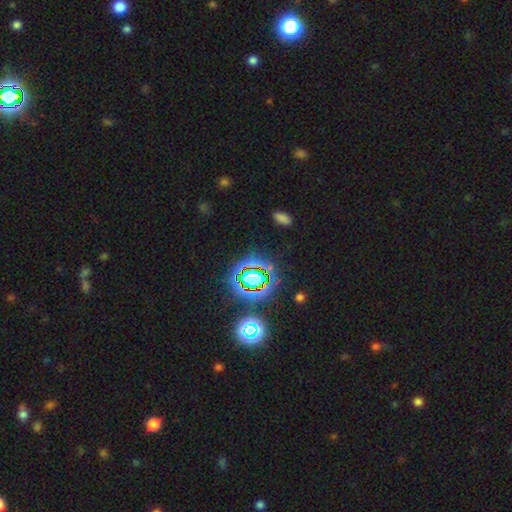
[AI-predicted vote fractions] Overall: star or artifact (75%).